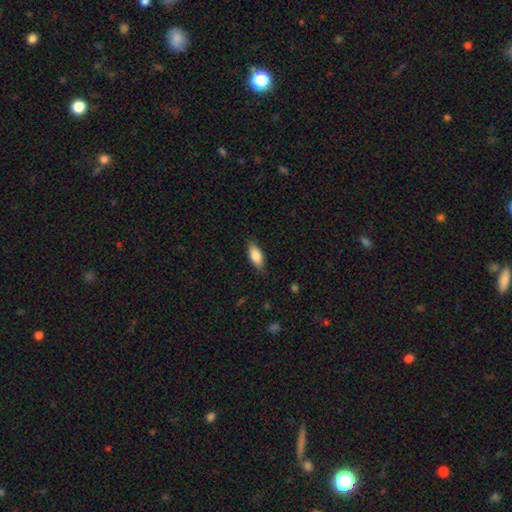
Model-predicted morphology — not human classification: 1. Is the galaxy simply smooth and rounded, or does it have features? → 80% smooth, 13% featured or disk, 7% star or artifact.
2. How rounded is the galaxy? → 81% in between, 17% cigar-shaped, 3% round.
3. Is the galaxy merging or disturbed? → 83% none, 13% minor disturbance, 3% major disturbance, 1% merger.